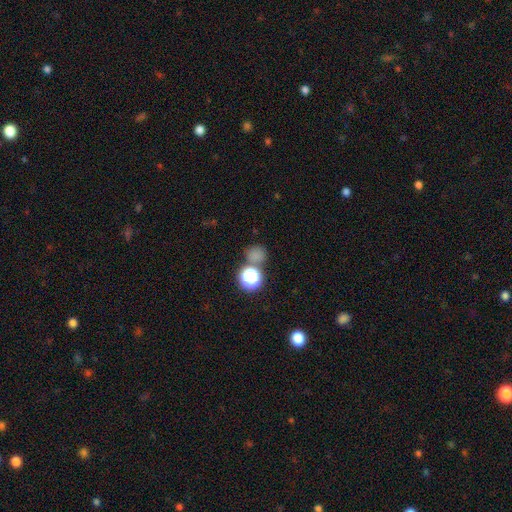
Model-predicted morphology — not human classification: smooth 68%, star or artifact 27%, featured or disk 6%. Down the decision tree: how rounded — round (83%); merging — none (69%).